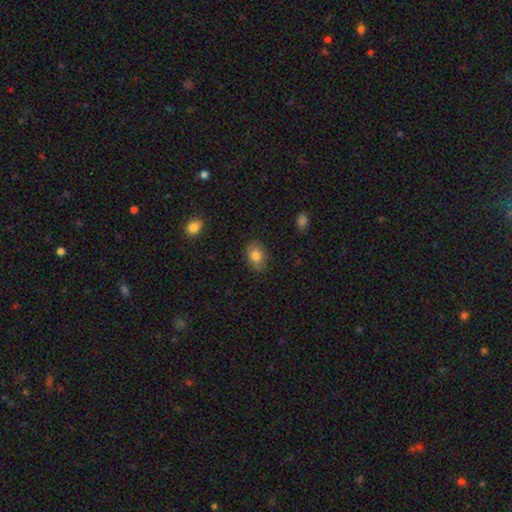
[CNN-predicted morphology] Smooth or featured: smooth — 81% (featured or disk — 11%)
How rounded: in between — 76% (round — 23%)
Merging: none — 85% (minor disturbance — 11%)